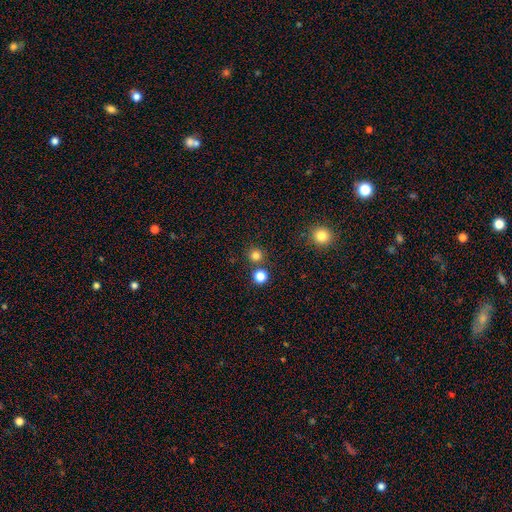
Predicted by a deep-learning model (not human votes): Smooth or featured? Predicted: smooth (p=0.80). How rounded? Predicted: round (p=0.94). Merging? Predicted: none (p=0.82).